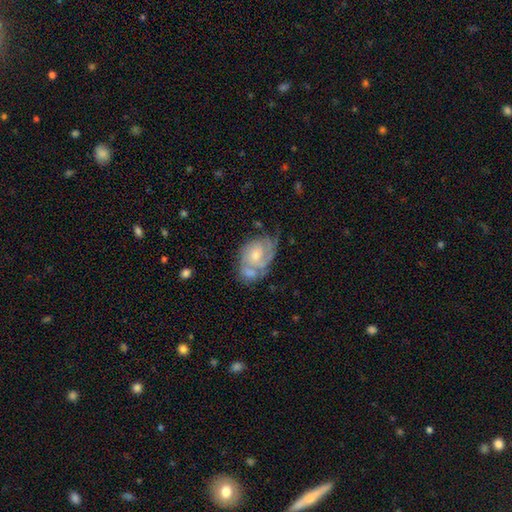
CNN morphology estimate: This appears to be a featured or disk galaxy (76%) with no bar (67%), 2 (42%) tight (56%) spiral arms (90%) and a moderate central bulge (47%). Merging: none (43%).